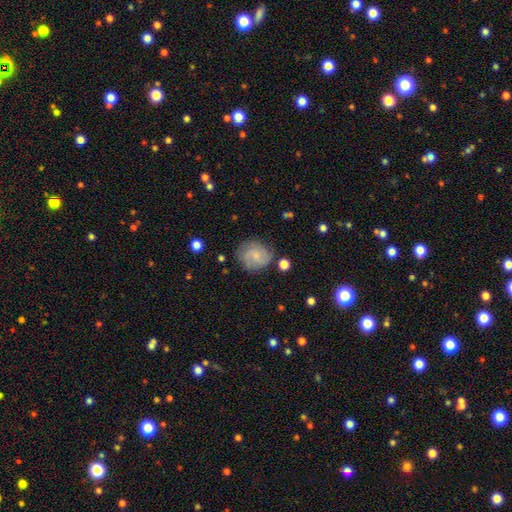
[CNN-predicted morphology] Smooth or featured? smooth (57%)
How rounded? round (76%)
Merging? none (69%)